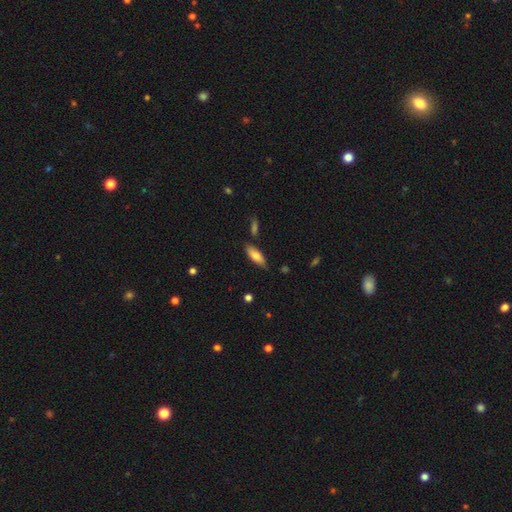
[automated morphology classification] This appears to be a smooth galaxy with no disk features (74%) that is in between round and cigar-shaped (66%). Merging: none (77%).